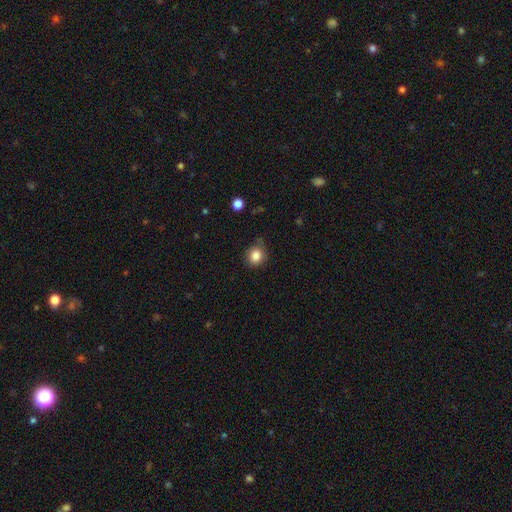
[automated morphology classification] This appears to be a smooth galaxy with no disk features (83%) that is round (80%). Merging: none (75%).